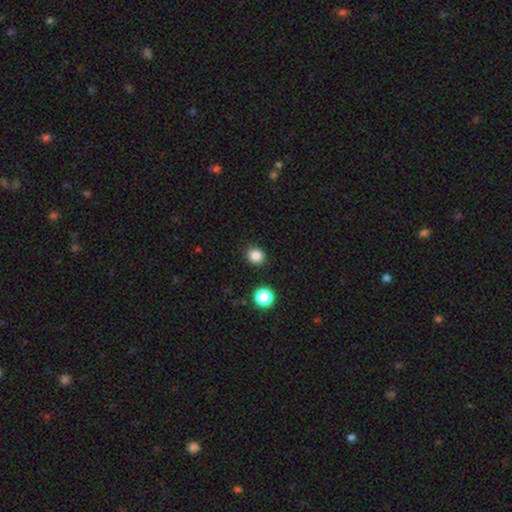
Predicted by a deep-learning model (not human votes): This is clearly a smooth galaxy (84%). How rounded: likely round (80%). Merging: clearly none (88%).